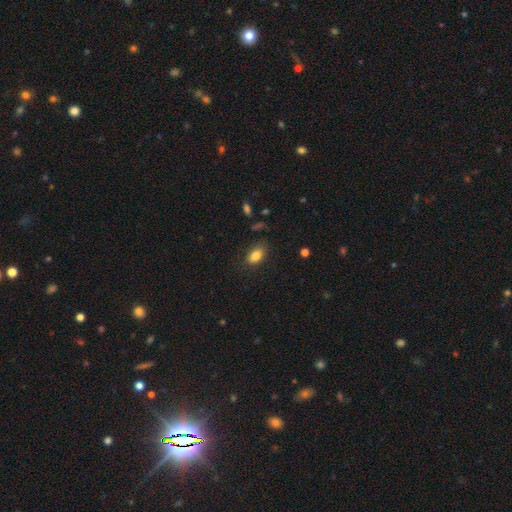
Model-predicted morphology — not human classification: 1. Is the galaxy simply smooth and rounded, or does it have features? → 83% smooth, 9% star or artifact, 8% featured or disk.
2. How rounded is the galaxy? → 88% in between, 10% round, 3% cigar-shaped.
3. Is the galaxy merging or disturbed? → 77% none, 17% minor disturbance, 5% major disturbance, 2% merger.